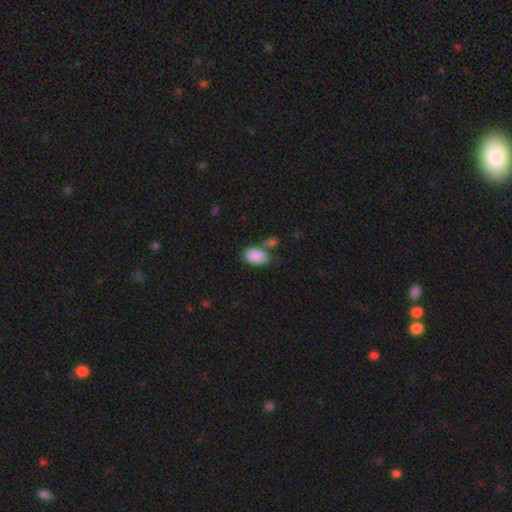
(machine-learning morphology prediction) This appears to be a smooth galaxy with no disk features (88%) that is in between round and cigar-shaped (91%). Merging: none (57%).